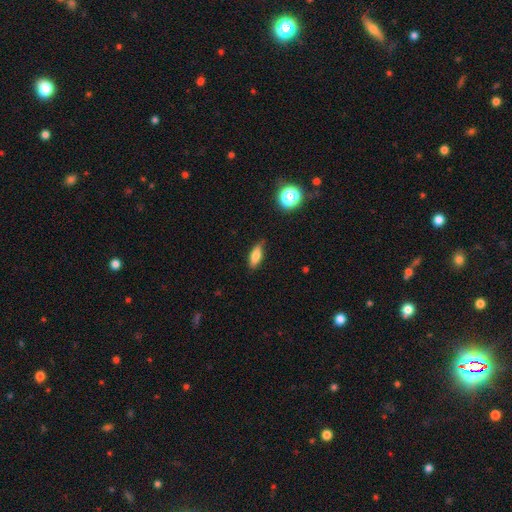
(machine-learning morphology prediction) smooth-or-featured: smooth: 76% | featured or disk: 16% | star or artifact: 8%
  how-rounded: in between: 67% | cigar-shaped: 30% | round: 3%
  merging: none: 77% | minor disturbance: 18% | major disturbance: 3% | merger: 1%